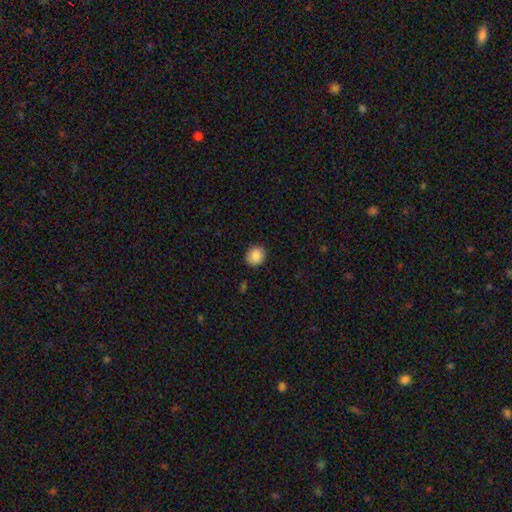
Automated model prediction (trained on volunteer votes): Q: Smooth or featured?
A: smooth (88%); runner-up: star or artifact (8%)
Q: How rounded?
A: round (77%); runner-up: in between (22%)
Q: Merging?
A: none (88%); runner-up: minor disturbance (9%)